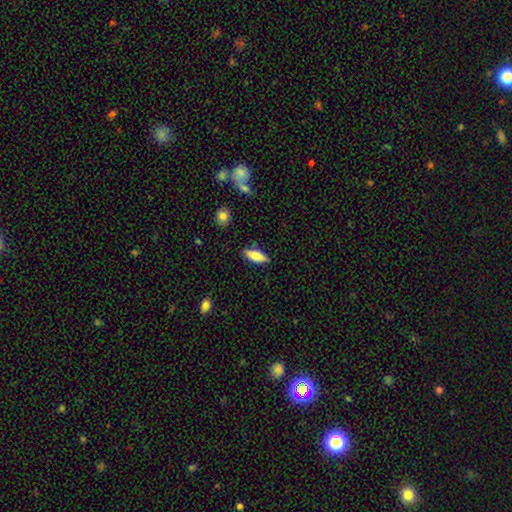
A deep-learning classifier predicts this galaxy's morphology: Smooth or featured?
  - smooth: 78% *
  - featured or disk: 16%
  - star or artifact: 6%
How rounded?
  - in between: 61% *
  - cigar-shaped: 37%
  - round: 2%
Merging?
  - none: 84% *
  - minor disturbance: 11%
  - major disturbance: 2%
  - merger: 2%